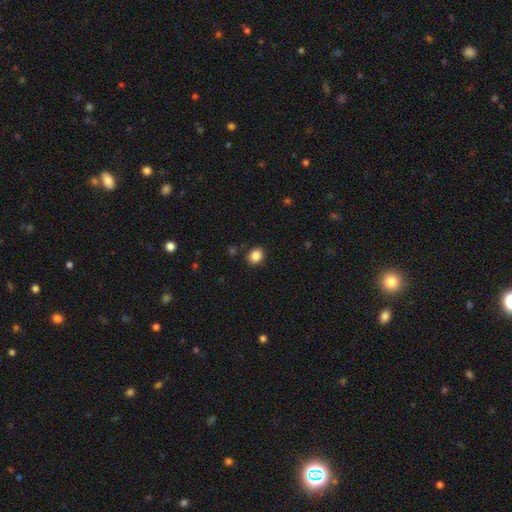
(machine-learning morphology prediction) Smooth or featured? Predicted: smooth (p=0.86). How rounded? Predicted: round (p=0.55). Merging? Predicted: none (p=0.88).